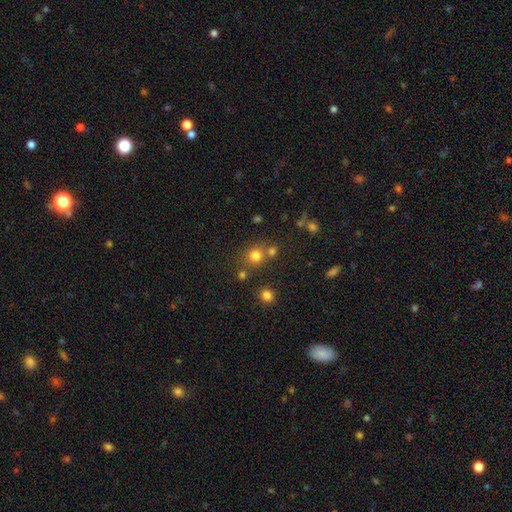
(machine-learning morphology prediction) A smooth galaxy with no disk features (75%) that is round (86%). Merging: none (65%).